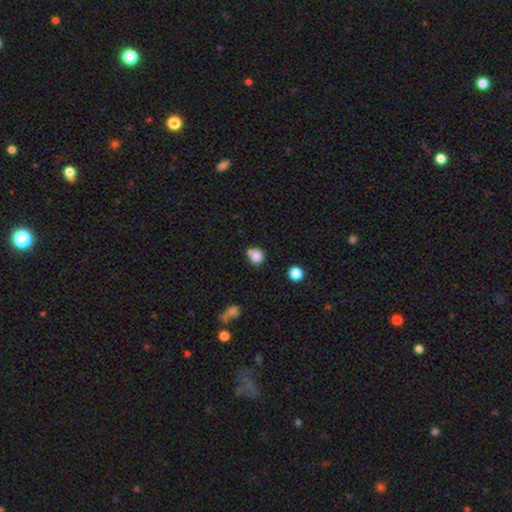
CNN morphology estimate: This is clearly a smooth galaxy (82%). How rounded: clearly round (85%). Merging: possibly none (56%).